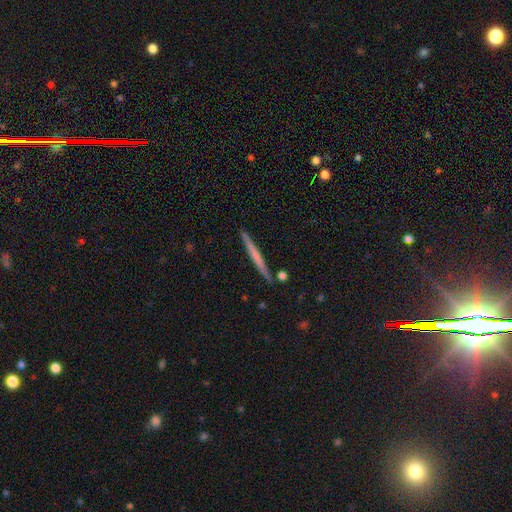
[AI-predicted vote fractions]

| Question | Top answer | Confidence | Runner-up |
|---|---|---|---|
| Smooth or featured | smooth | 49% | featured or disk (46%) |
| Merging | none | 90% | minor disturbance (6%) |